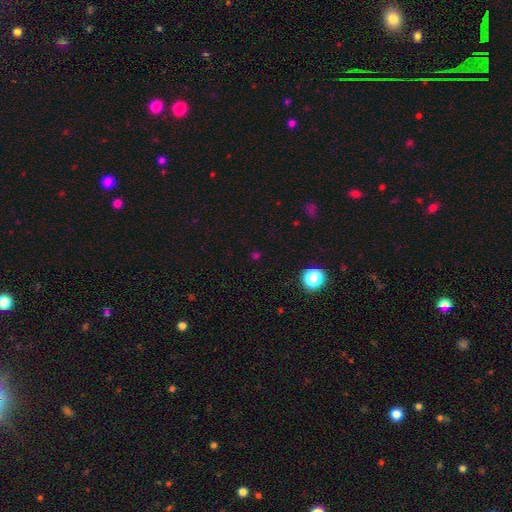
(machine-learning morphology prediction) Smooth or featured: star or artifact — 53% (smooth — 41%)